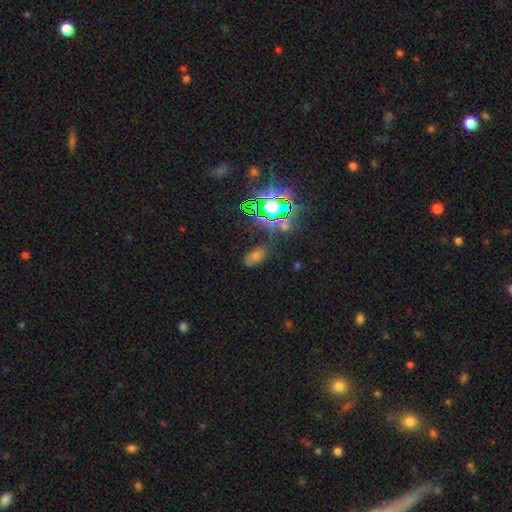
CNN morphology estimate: Smooth or featured? star or artifact (45%)